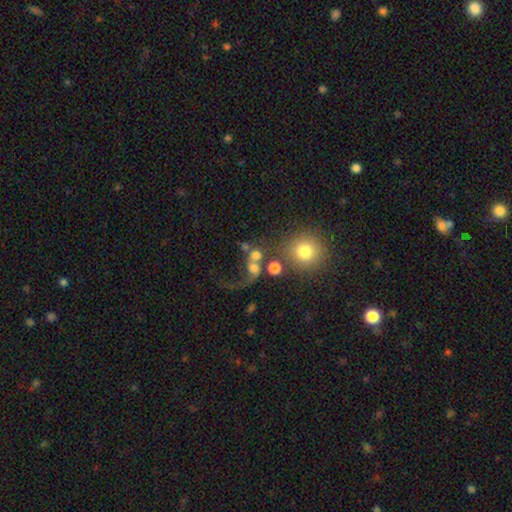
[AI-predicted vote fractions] Smooth or featured? Predicted: smooth (p=0.55). How rounded? Predicted: round (p=0.78). Merging? Predicted: merger (p=0.39).